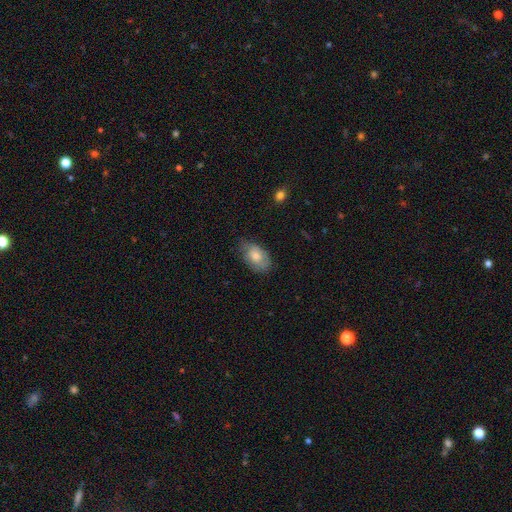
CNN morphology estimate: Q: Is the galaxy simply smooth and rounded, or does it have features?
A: smooth — 67%.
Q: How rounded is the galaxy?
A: in between — 91%.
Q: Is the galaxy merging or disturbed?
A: none — 67%.